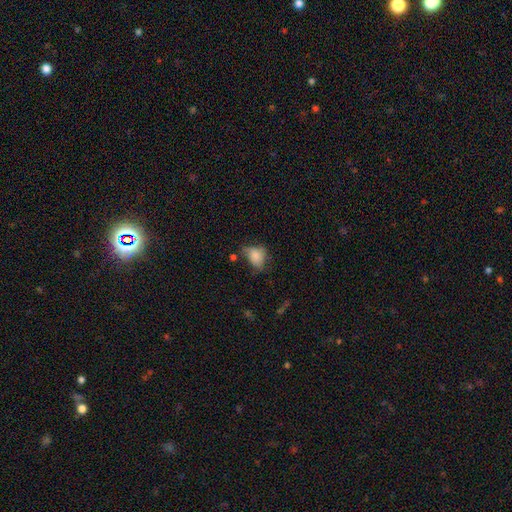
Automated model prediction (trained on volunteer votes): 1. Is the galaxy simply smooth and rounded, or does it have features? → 74% smooth, 16% featured or disk, 10% star or artifact.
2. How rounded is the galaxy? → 65% in between, 33% round, 1% cigar-shaped.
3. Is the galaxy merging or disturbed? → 35% minor disturbance (tied), 35% none (tied), 22% major disturbance, 8% merger.